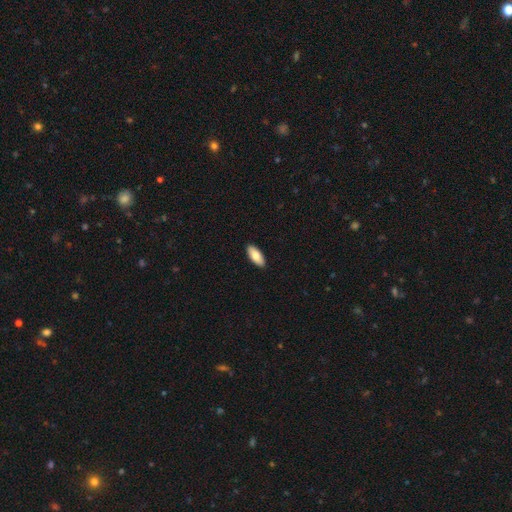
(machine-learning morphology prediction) This is clearly a smooth galaxy (82%). How rounded: clearly in between (86%). Merging: clearly none (91%).